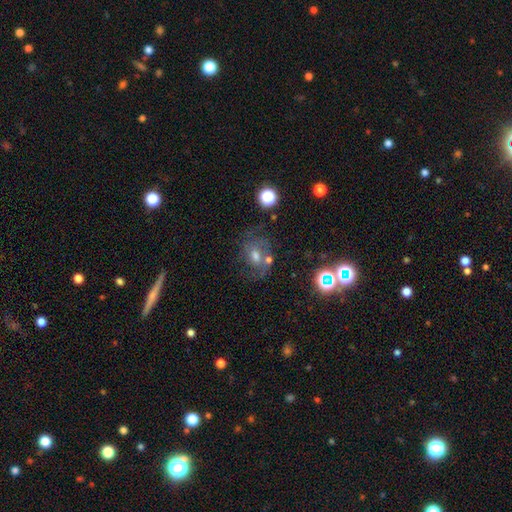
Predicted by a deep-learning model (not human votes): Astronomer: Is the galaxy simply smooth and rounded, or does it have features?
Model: featured or disk — 47% (runner-up: smooth, 28%).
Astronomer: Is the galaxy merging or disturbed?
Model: none — 51%.